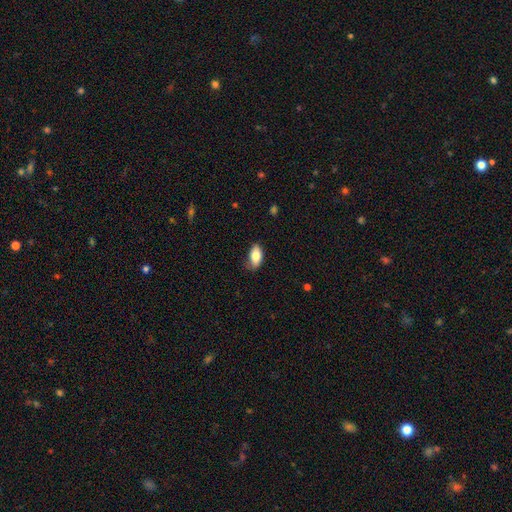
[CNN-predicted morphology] The model was most divided on "merging": none: 76%, minor disturbance: 20%, major disturbance: 3%, merger: 1%. More confident: how rounded — in between (91%); smooth or featured — smooth (81%).